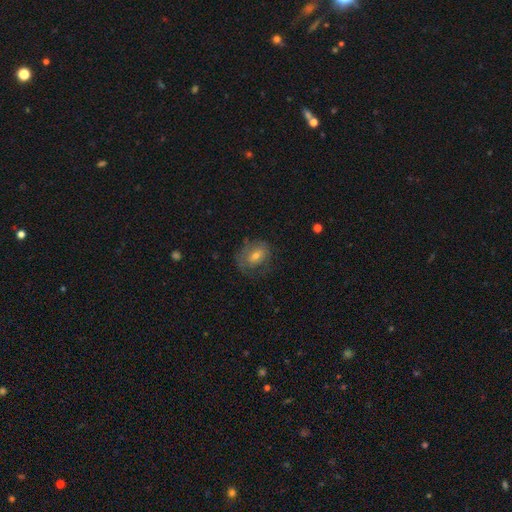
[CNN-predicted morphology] Smooth or featured: smooth — 49% (featured or disk — 40%)
Merging: none — 62% (minor disturbance — 22%)